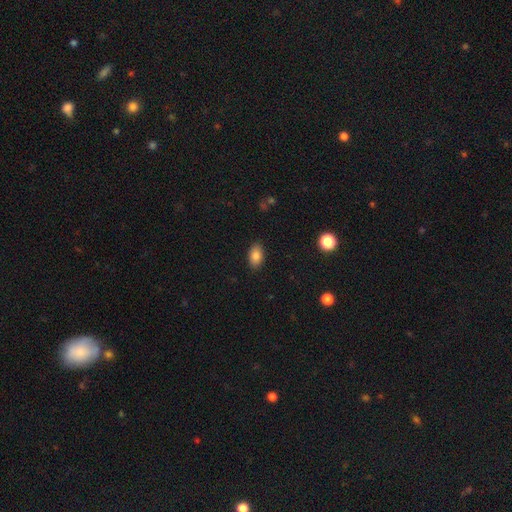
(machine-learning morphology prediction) A smooth galaxy with no disk features (85%) that is in between round and cigar-shaped (91%).

Vote fractions:
- Smooth or featured? smooth: 85% / star or artifact: 9% / featured or disk: 6%
- How rounded? in between: 91% / round: 8% / cigar-shaped: 2%
- Merging? none: 87% / minor disturbance: 9% / major disturbance: 2% / merger: 1%